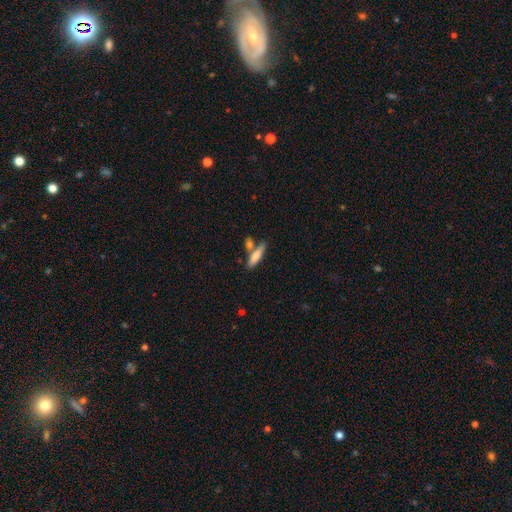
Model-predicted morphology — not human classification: This appears to be a smooth galaxy with no disk features (74%) that is cigar-shaped (66%). Merging: none (60%).